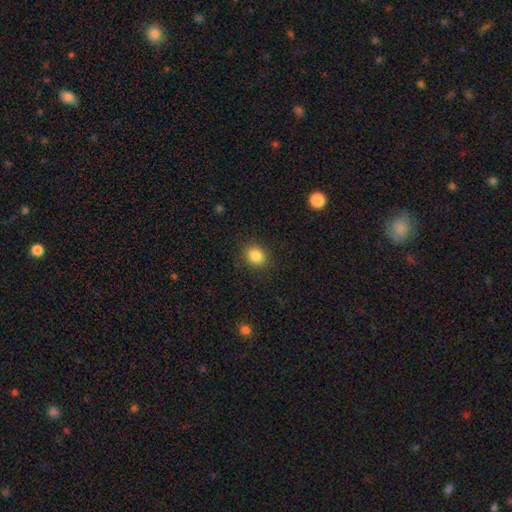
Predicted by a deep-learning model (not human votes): Overall: smooth (86%). How rounded: round (65%; in between 34%). Merging: none (89%).